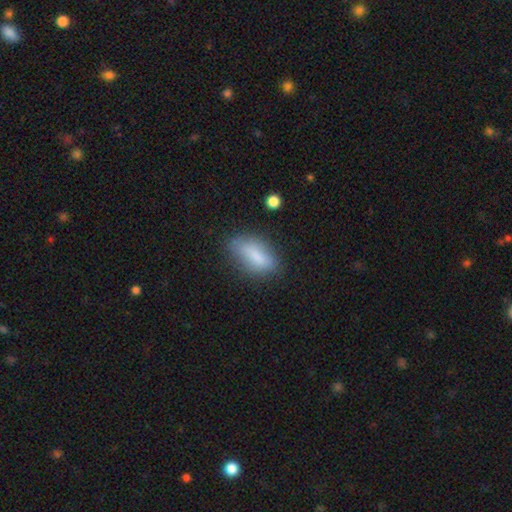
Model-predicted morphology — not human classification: Smooth or featured? smooth (78%)
How rounded? in between (77%)
Merging? none (68%)